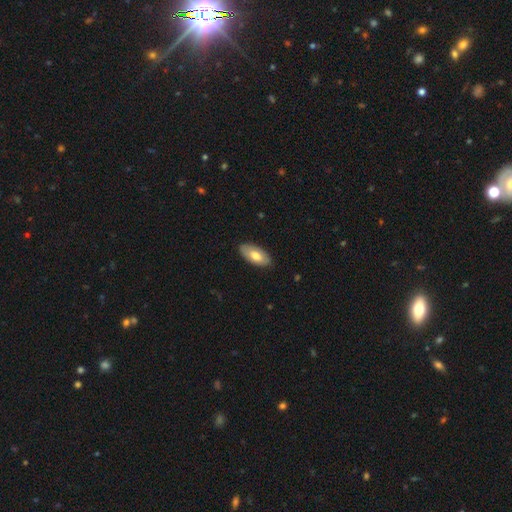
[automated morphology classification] smooth 69%, featured or disk 26%, star or artifact 6%. Down the decision tree: how rounded — in between (93%); merging — none (85%).